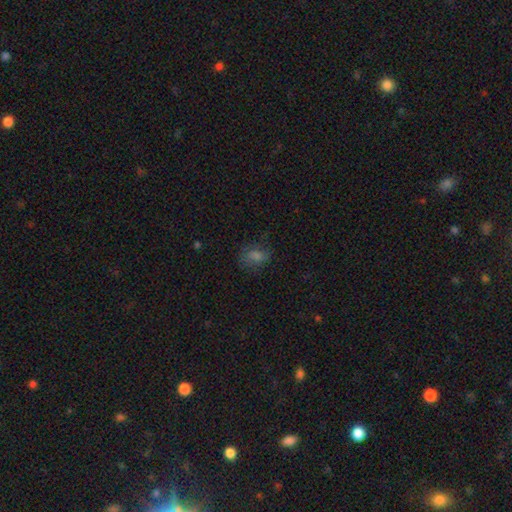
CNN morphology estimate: type=smooth (61%); roundness=in between (69%); merging=none (67%).